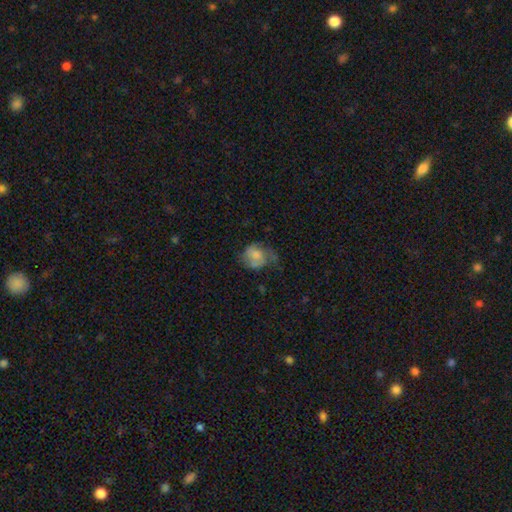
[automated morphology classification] type=smooth (62%); roundness=round (59%); merging=none (36%).